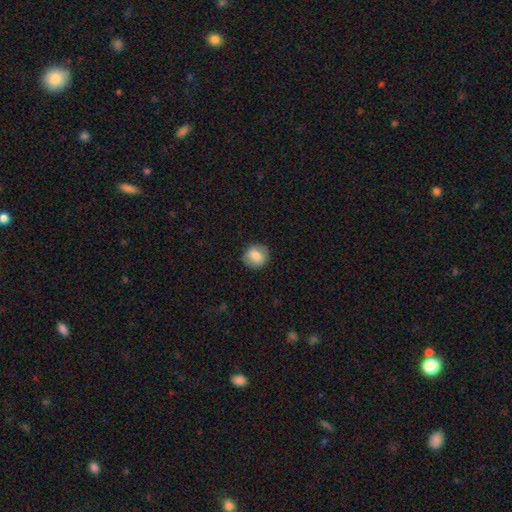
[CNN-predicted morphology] Smooth or featured?
  - smooth: 81% *
  - featured or disk: 11%
  - star or artifact: 8%
How rounded?
  - round: 88% *
  - in between: 11%
  - cigar-shaped: 1%
Merging?
  - none: 88% *
  - minor disturbance: 9%
  - major disturbance: 2%
  - merger: 1%